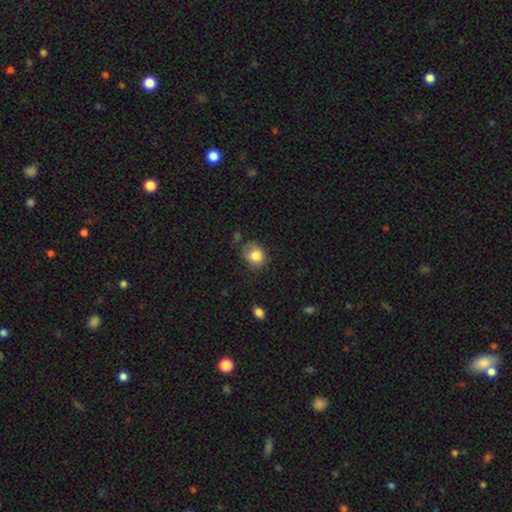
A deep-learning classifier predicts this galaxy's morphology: smooth 83%, star or artifact 9%, featured or disk 7%. Down the decision tree: how rounded — round (71%); merging — none (61%).